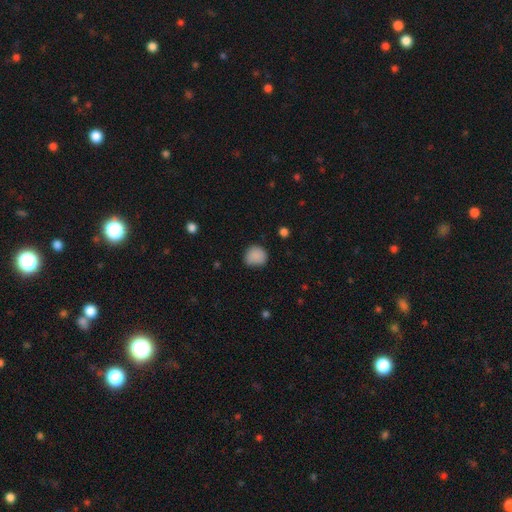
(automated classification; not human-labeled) Smooth or featured? smooth (86%)
How rounded? round (81%)
Merging? none (68%)